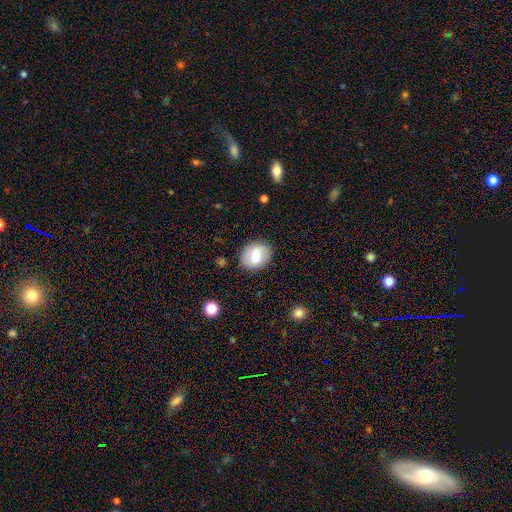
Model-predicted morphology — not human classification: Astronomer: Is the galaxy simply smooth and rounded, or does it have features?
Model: smooth — 69%.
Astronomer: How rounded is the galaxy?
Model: in between — 51% (runner-up: round, 48%).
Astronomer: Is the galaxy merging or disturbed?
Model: none — 84%.